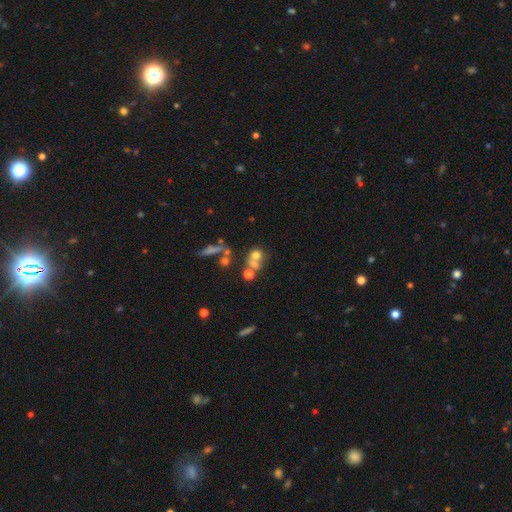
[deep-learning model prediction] smooth-or-featured: smooth: 60% | featured or disk: 23% | star or artifact: 18%
  how-rounded: round: 70% | in between: 28% | cigar-shaped: 2%
  merging: merger: 49% | none: 32% | major disturbance: 9% | minor disturbance: 9%